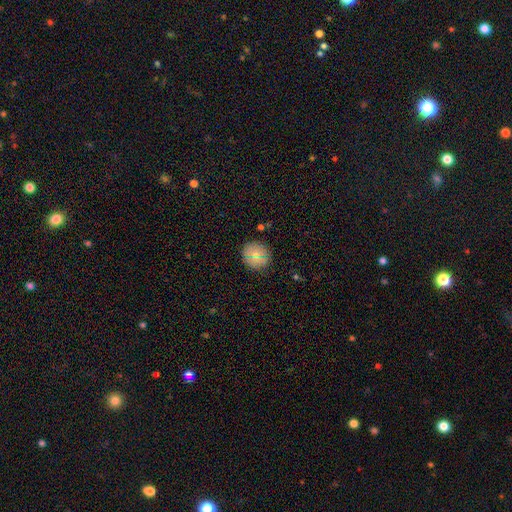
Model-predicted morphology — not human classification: Overall: smooth (77%). How rounded: round (88%). Merging: none (86%).